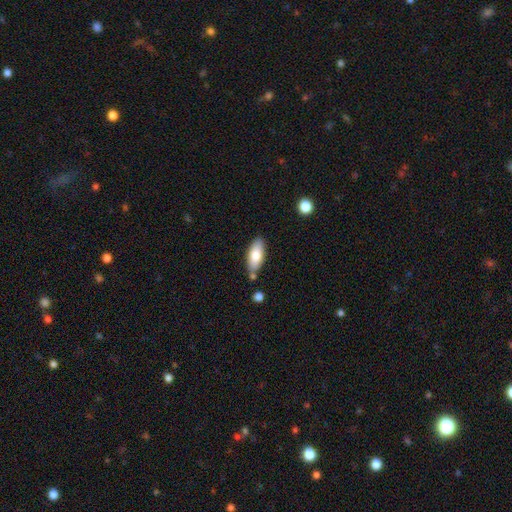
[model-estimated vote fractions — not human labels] Q: Smooth or featured?
A: smooth (76%); runner-up: featured or disk (18%)
Q: How rounded?
A: in between (83%); runner-up: cigar-shaped (15%)
Q: Merging?
A: none (76%); runner-up: minor disturbance (14%)